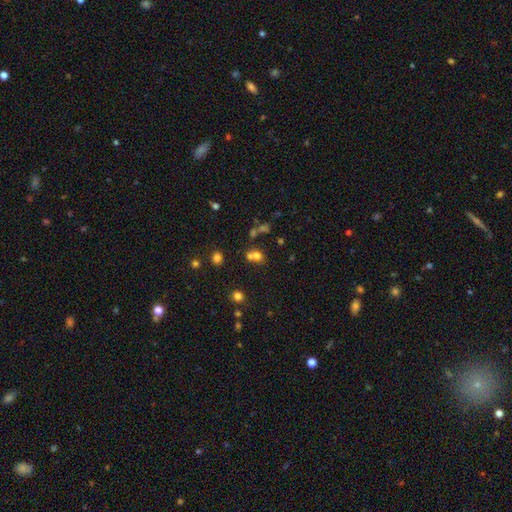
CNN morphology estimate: Smooth or featured? smooth (64%)
How rounded? round (72%)
Merging? merger (46%)